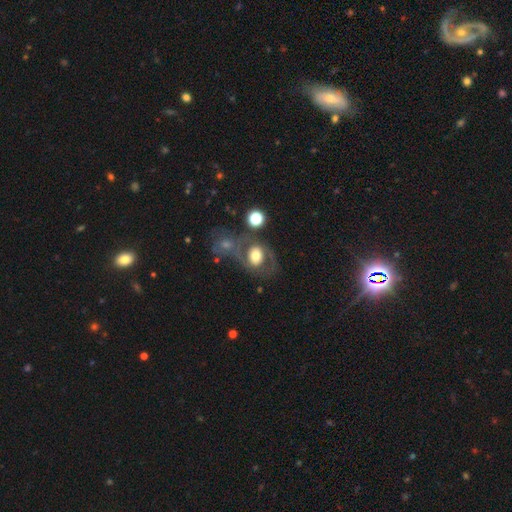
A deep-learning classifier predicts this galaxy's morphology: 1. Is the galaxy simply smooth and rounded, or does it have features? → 48% smooth, 42% featured or disk, 9% star or artifact.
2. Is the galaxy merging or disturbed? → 48% none, 22% merger, 16% minor disturbance, 14% major disturbance.